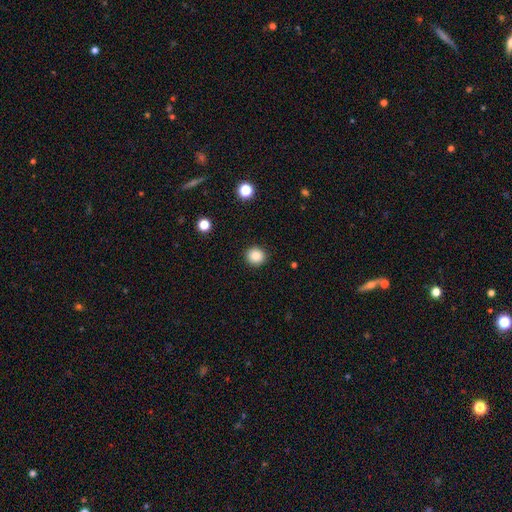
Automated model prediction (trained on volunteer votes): Smooth or featured? smooth (83%)
How rounded? round (93%)
Merging? none (92%)